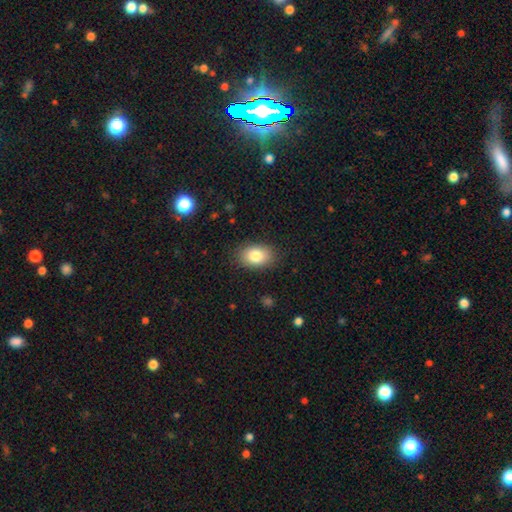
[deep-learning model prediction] smooth_or_featured: smooth (p=0.82) [alt: featured or disk p=0.10]
how_rounded: in between (p=0.83) [alt: round p=0.16]
merging: none (p=0.86) [alt: minor disturbance p=0.10]